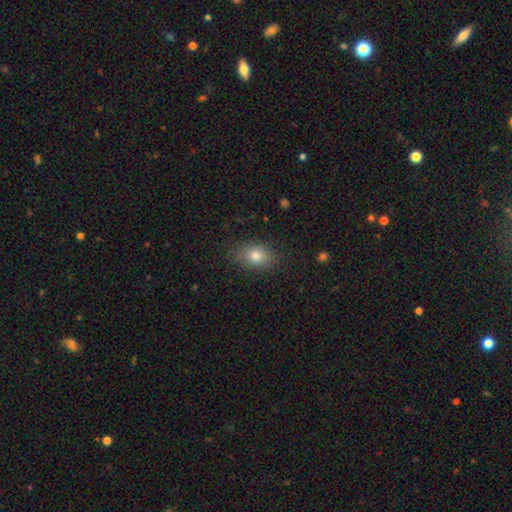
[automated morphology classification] This appears to be a smooth galaxy with no disk features (79%) that is in between round and cigar-shaped (74%). Merging: none (83%).